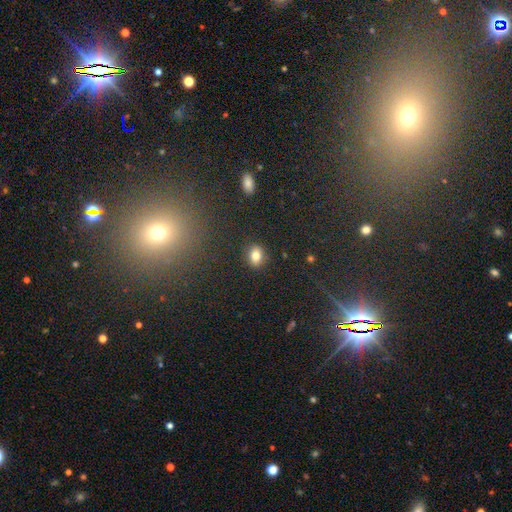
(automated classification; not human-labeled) A smooth galaxy with no disk features (82%) that is in between round and cigar-shaped (56%).

Vote fractions:
- Smooth or featured? smooth: 82% / star or artifact: 11% / featured or disk: 8%
- How rounded? in between: 56% / round: 43% / cigar-shaped: 1%
- Merging? none: 87% / minor disturbance: 9% / major disturbance: 2% / merger: 2%